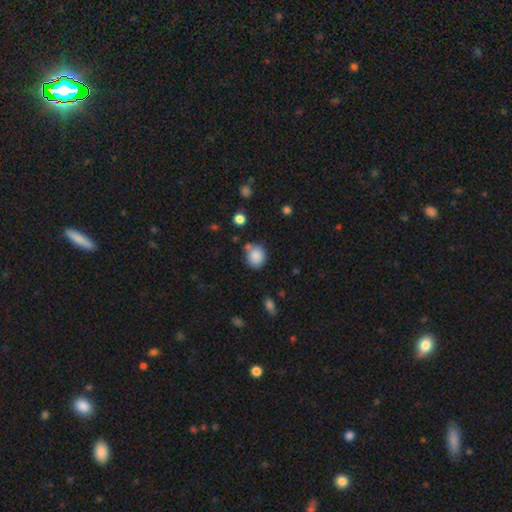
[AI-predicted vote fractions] Smooth or featured? Predicted: smooth (p=0.86). How rounded? Predicted: round (p=0.77). Merging? Predicted: none (p=0.70).